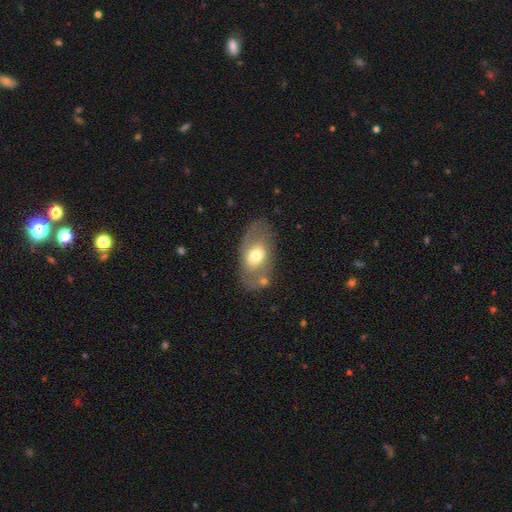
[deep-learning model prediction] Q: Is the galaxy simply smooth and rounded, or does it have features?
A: smooth — 54%.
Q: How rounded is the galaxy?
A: in between — 87%.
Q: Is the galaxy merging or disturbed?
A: none — 71%.